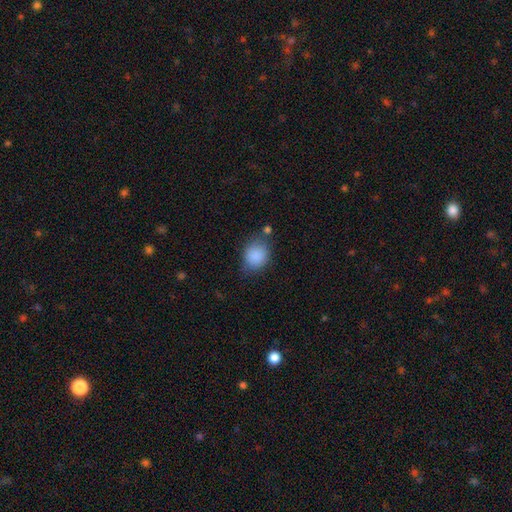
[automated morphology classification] Overall: smooth (87%). How rounded: round (57%; in between 42%). Merging: none (62%; minor disturbance 25%).